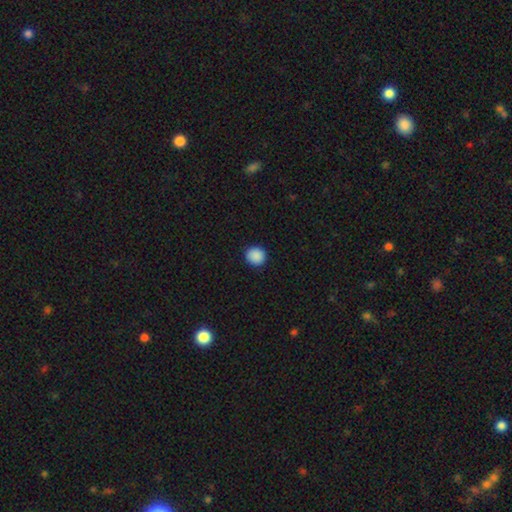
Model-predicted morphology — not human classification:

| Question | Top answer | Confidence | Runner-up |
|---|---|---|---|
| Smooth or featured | smooth | 89% | star or artifact (8%) |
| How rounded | round | 91% | in between (8%) |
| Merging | none | 92% | minor disturbance (5%) |